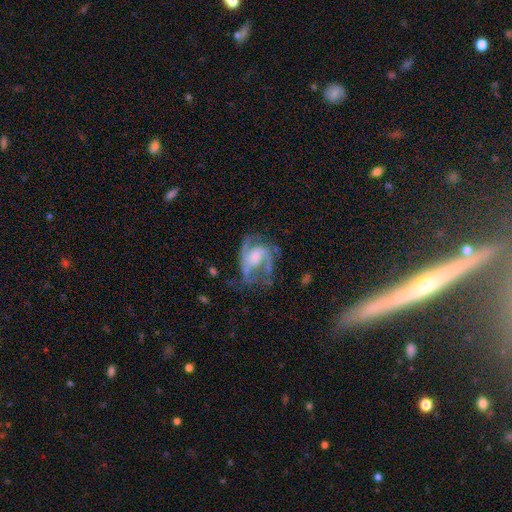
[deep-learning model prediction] A featured or disk galaxy (82%) with no bar (52%), 2 (53%) medium (52%) spiral arms (91%) and a moderate central bulge (38%).

Vote fractions:
- Smooth or featured? featured or disk: 82% / smooth: 11% / star or artifact: 7%
- Edge-on disk? no: 97% / yes: 3%
- Bar? no: 52% / weak: 37% / strong: 12%
- Spiral arms? yes: 91% / no: 9%
- Spiral winding? medium: 52% / tight: 26% / loose: 22%
- Spiral arm count? 2: 53% / 3: 20% / can't tell: 14% / 1: 6% / 4: 3% / more than 4: 3%
- Bulge size? moderate: 38% / small: 25% / large: 18% / none: 17% / dominant: 2%
- Merging? none: 49% / major disturbance: 27% / minor disturbance: 21% / merger: 3%